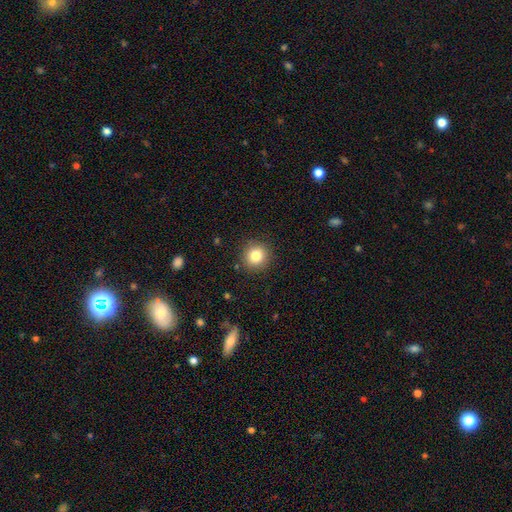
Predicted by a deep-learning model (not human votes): A smooth galaxy with no disk features (82%) that is round (90%). Merging: none (89%).